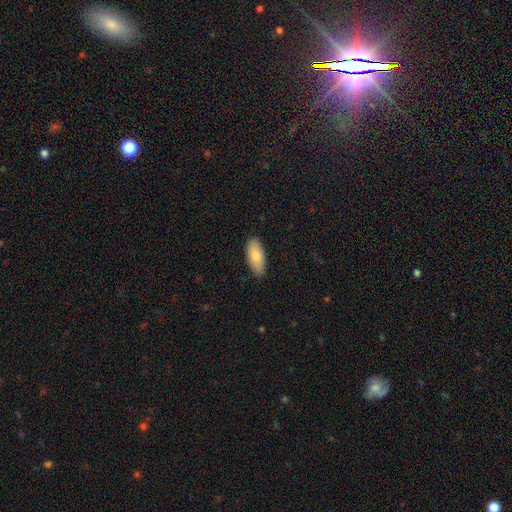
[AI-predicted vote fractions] Morphology: type=smooth (82%); roundness=in between (89%); merging=none (86%).